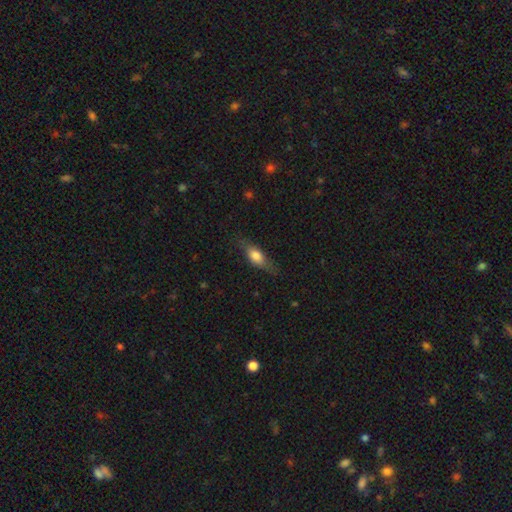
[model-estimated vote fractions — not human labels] smooth-or-featured: smooth: 66% | featured or disk: 27% | star or artifact: 7%
  how-rounded: in between: 63% | cigar-shaped: 32% | round: 5%
  merging: none: 70% | minor disturbance: 22% | major disturbance: 7% | merger: 1%